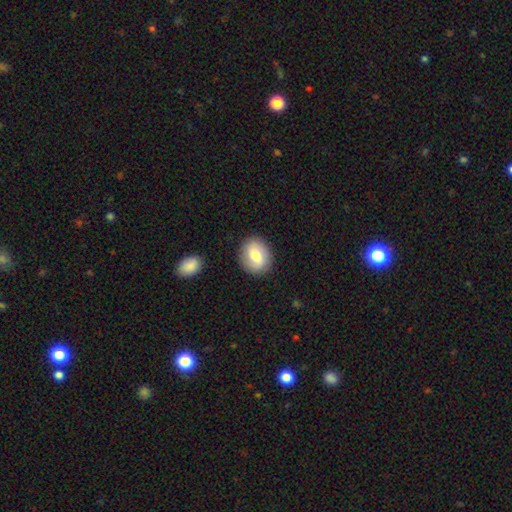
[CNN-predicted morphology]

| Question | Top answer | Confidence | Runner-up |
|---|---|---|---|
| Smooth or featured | smooth | 65% | featured or disk (28%) |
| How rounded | round | 55% | in between (44%) |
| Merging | none | 86% | minor disturbance (9%) |